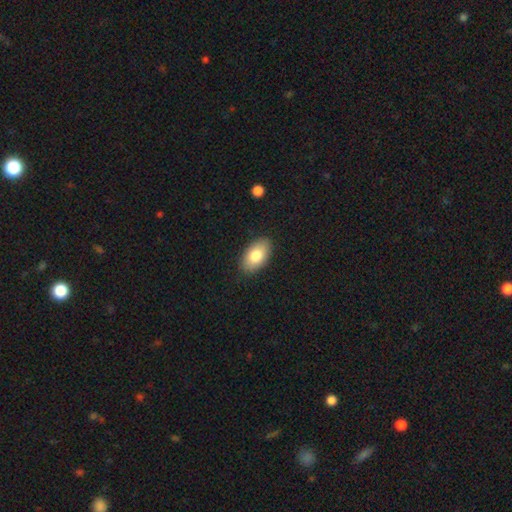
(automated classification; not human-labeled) A smooth galaxy with no disk features (80%) that is in between round and cigar-shaped (93%). Merging: none (88%).